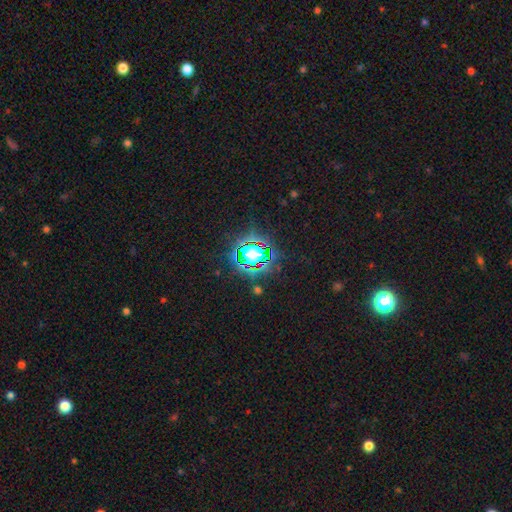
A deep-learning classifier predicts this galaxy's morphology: Smooth or featured? Predicted: star or artifact (p=0.72).